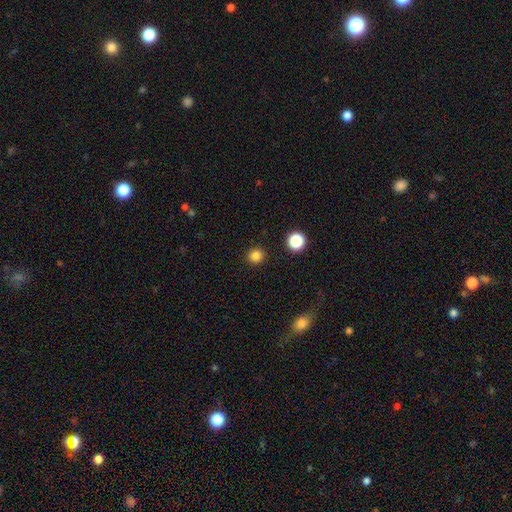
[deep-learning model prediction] smooth 83%, star or artifact 13%, featured or disk 4%. Down the decision tree: how rounded — round (93%); merging — none (92%).